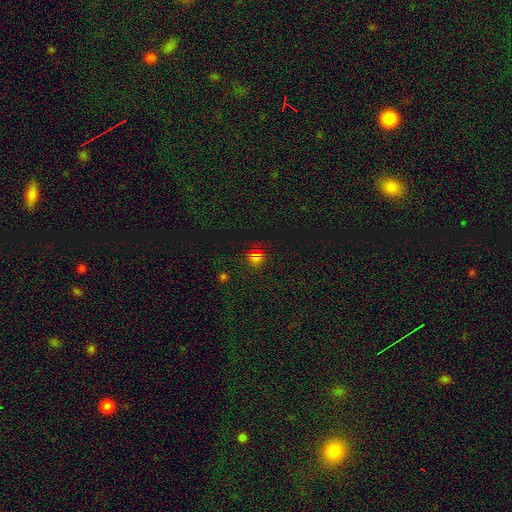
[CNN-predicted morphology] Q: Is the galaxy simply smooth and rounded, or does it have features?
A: smooth — 55%.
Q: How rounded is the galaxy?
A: round — 89%.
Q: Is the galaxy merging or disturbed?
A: none — 85%.